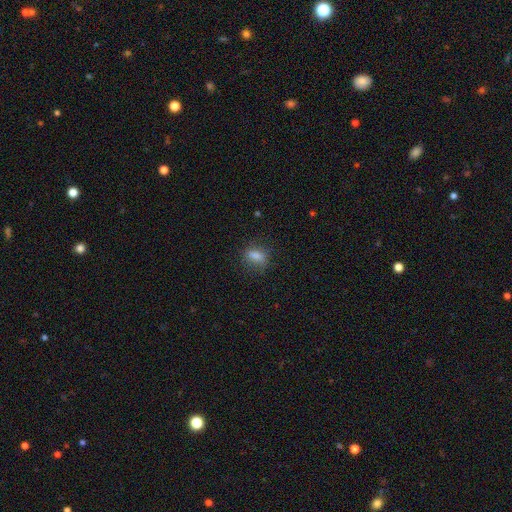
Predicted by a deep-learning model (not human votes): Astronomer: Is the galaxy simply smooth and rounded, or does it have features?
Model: smooth — 78%.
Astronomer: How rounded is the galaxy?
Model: in between — 69%.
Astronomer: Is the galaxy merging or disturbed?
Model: none — 74%.